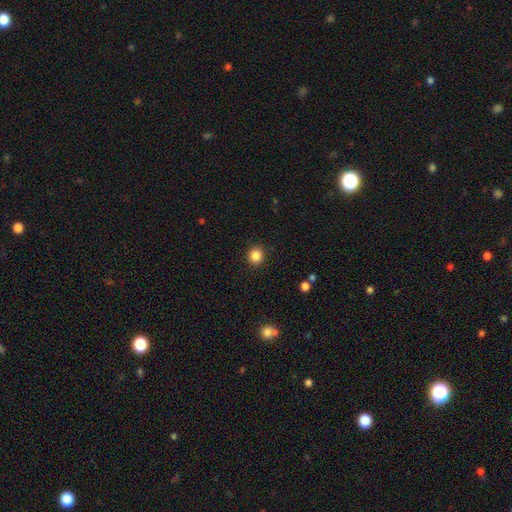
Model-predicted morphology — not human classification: smooth_or_featured: smooth (p=0.86) [alt: star or artifact p=0.11]
how_rounded: round (p=0.89) [alt: in between p=0.10]
merging: none (p=0.91) [alt: minor disturbance p=0.06]